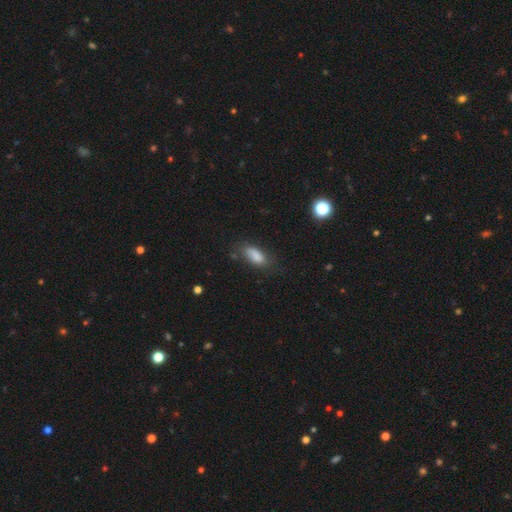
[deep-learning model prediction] Morphology: type=smooth (84%); roundness=in between (84%); merging=none (64%).